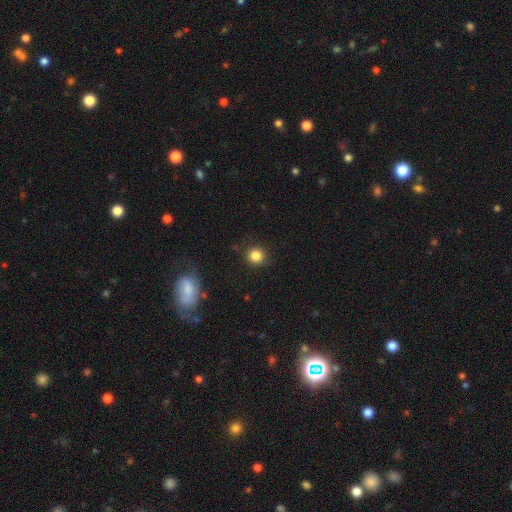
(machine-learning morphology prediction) Smooth or featured? smooth (84%)
How rounded? round (90%)
Merging? none (87%)